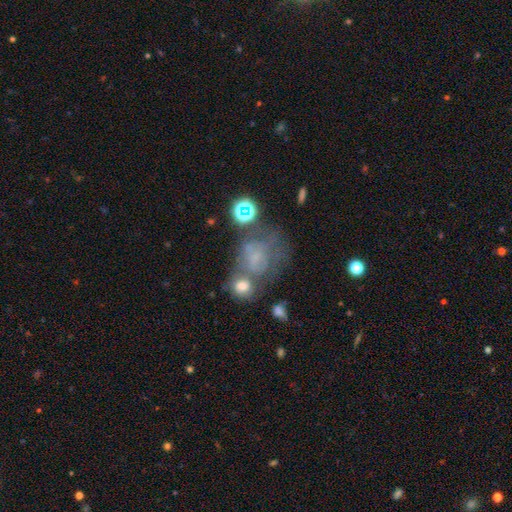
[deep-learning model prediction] A smooth galaxy with no disk features (41%). Merging: none (31%).